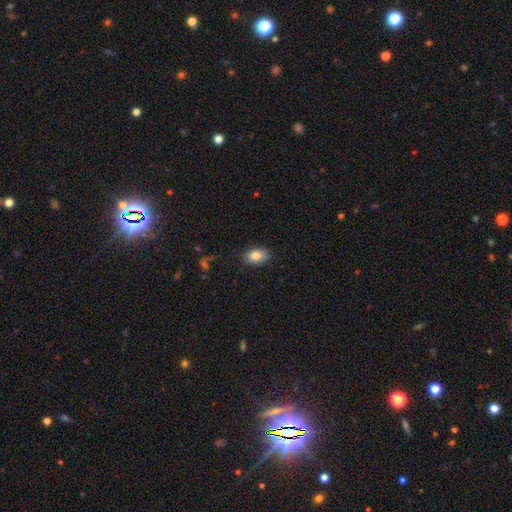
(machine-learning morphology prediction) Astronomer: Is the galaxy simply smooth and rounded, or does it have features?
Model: smooth — 84%.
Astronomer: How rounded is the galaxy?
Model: in between — 86%.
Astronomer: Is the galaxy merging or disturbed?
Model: none — 84%.